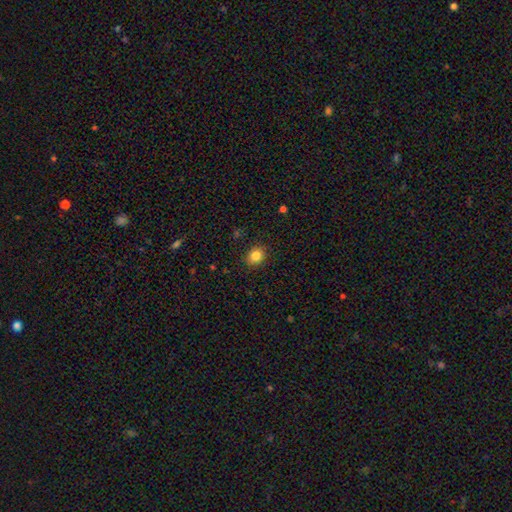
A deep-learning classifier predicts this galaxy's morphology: type=smooth (84%); roundness=round (60%); merging=none (88%).